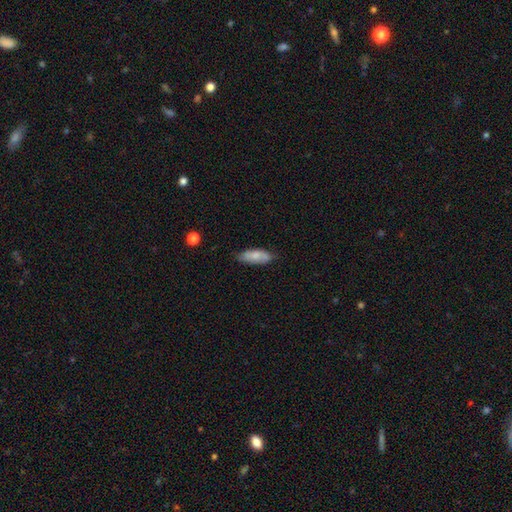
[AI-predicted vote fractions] Smooth or featured? Predicted: smooth (p=0.73). How rounded? Predicted: in between (p=0.74). Merging? Predicted: none (p=0.74).